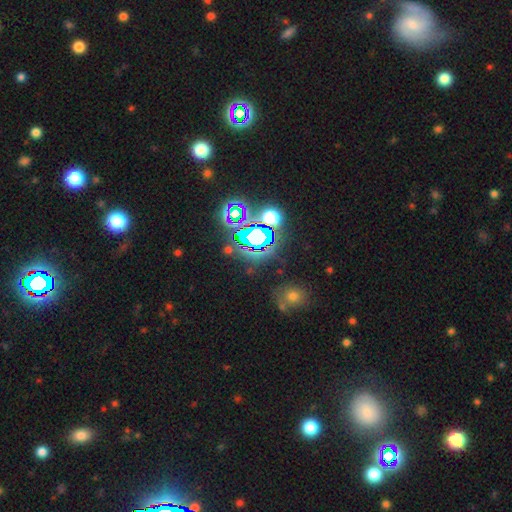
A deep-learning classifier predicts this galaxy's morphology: Overall: star or artifact (79%).